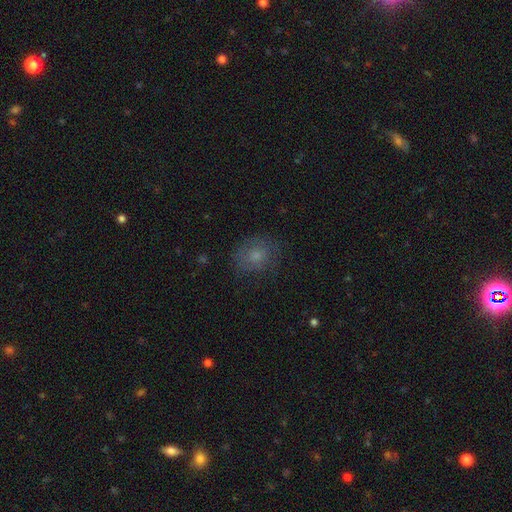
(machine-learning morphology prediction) smooth-or-featured: smooth: 68% | featured or disk: 18% | star or artifact: 14%
  how-rounded: round: 61% | in between: 38% | cigar-shaped: 1%
  merging: none: 73% | minor disturbance: 18% | major disturbance: 8% | merger: 1%